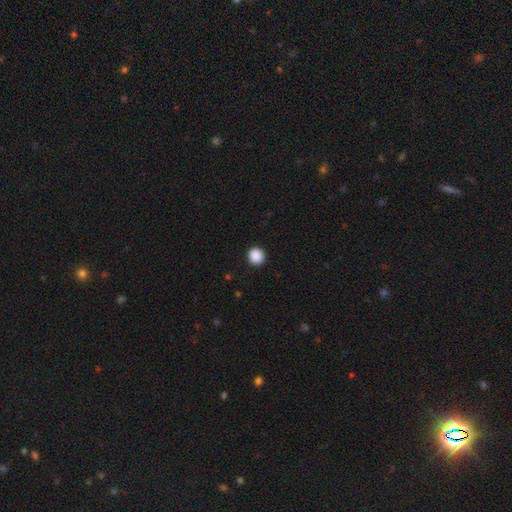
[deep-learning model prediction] A smooth galaxy with no disk features (89%) that is round (89%).

Vote fractions:
- Smooth or featured? smooth: 89% / star or artifact: 9% / featured or disk: 2%
- How rounded? round: 89% / in between: 10% / cigar-shaped: 1%
- Merging? none: 92% / minor disturbance: 5% / major disturbance: 2% / merger: 1%